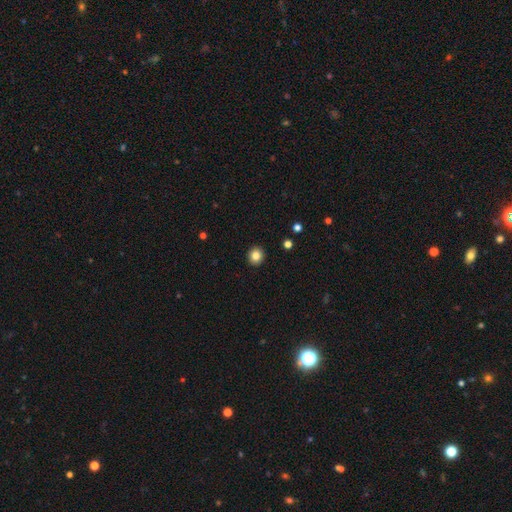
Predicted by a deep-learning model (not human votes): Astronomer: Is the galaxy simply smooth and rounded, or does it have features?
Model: smooth — 84%.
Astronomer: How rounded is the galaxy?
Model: round — 89%.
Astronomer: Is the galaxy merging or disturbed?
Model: none — 93%.